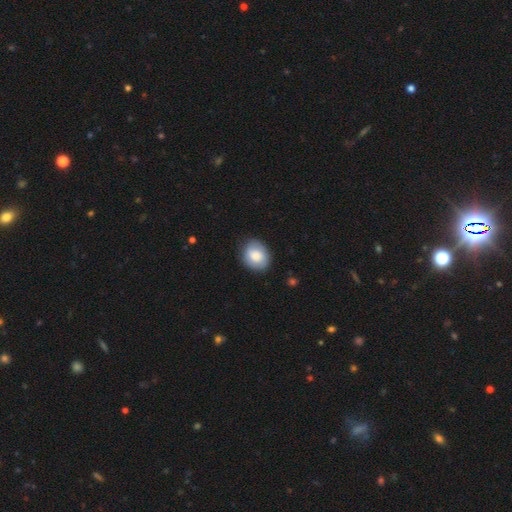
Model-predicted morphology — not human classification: type=smooth (80%); roundness=round (53%); merging=none (84%).